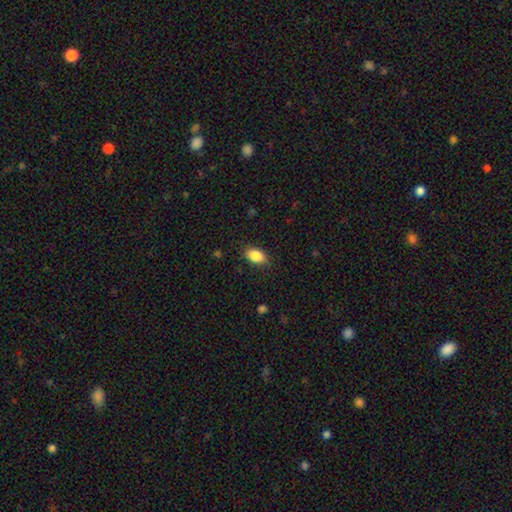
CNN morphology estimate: smooth 87%, star or artifact 8%, featured or disk 5%. Down the decision tree: how rounded — in between (88%); merging — none (82%).